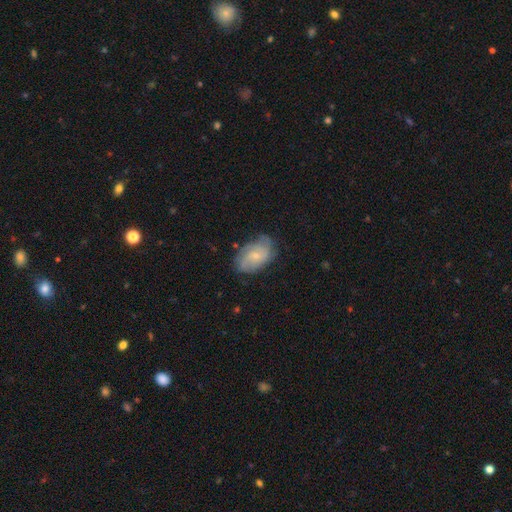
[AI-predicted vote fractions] Overall: featured or disk (60%; smooth 33%). Edge-on disk: no (97%). Bar: no (68%; weak 29%). Spiral arms: yes (86%). Bulge size: small (70%). Merging: none (66%).